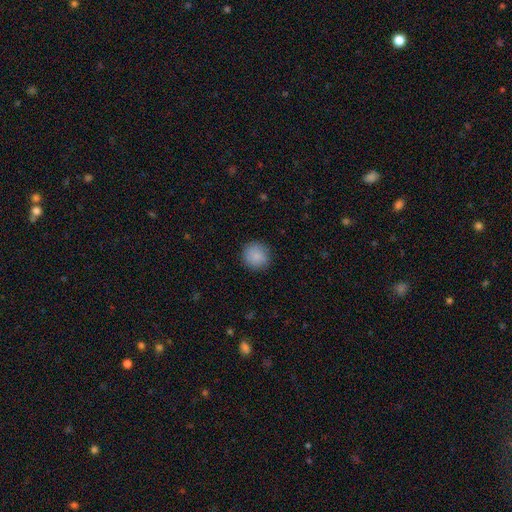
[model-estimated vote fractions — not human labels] Overall: smooth (88%). How rounded: round (94%). Merging: none (90%).